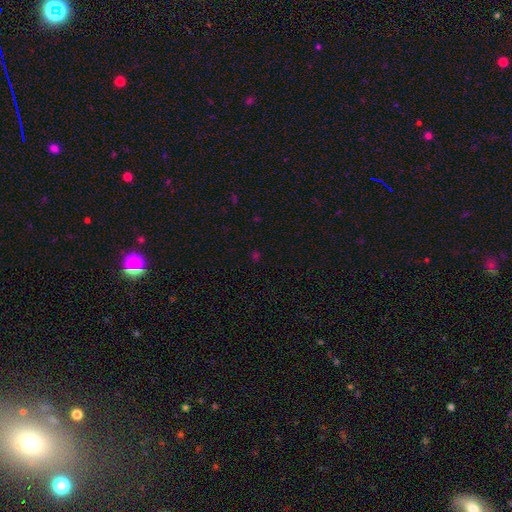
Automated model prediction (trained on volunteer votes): This appears to be a star or artifact, not a galaxy (51%).